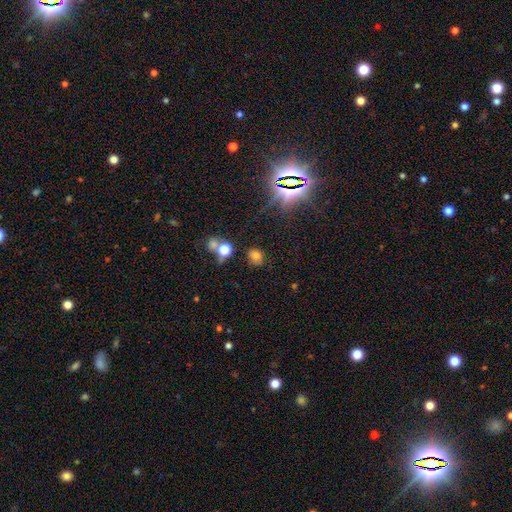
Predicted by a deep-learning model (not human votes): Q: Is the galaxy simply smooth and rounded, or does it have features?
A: smooth — 68%.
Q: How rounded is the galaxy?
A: in between — 51%.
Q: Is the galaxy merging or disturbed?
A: none — 72%.